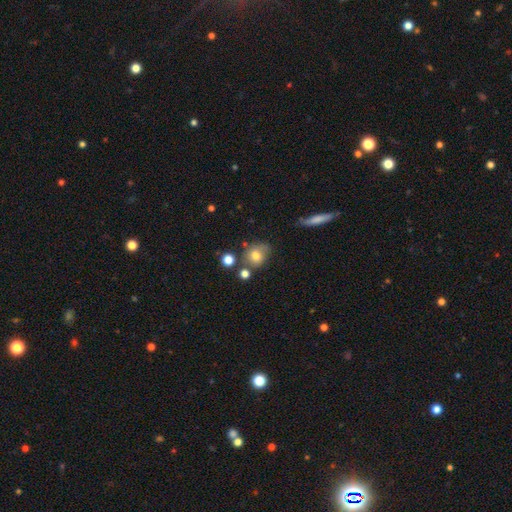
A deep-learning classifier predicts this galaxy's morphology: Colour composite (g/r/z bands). It shows a smooth galaxy with no disk features (72%) that is round (64%). Merging: none (57%).